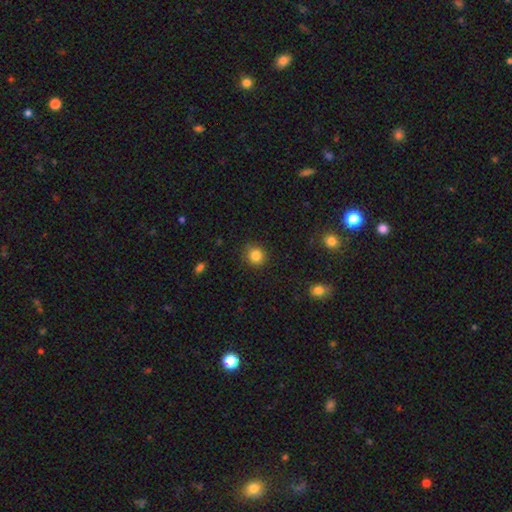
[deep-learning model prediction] This is clearly a smooth galaxy (84%). How rounded: clearly round (88%). Merging: clearly none (85%).